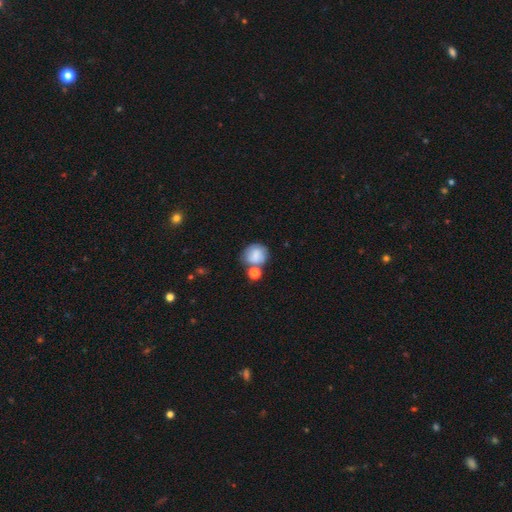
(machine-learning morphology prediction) This is likely a smooth galaxy (75%). How rounded: likely round (79%). Merging: possibly none (53%).